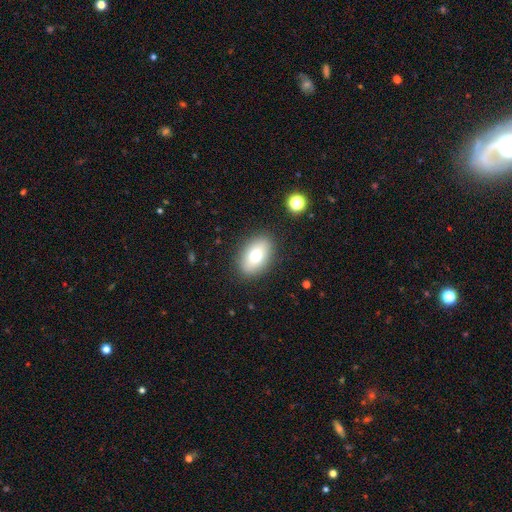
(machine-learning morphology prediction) Smooth or featured: smooth — 72% (featured or disk — 19%)
How rounded: in between — 87% (round — 11%)
Merging: none — 87% (minor disturbance — 9%)